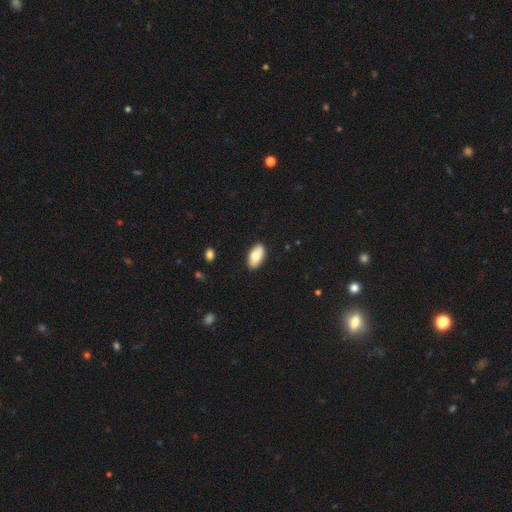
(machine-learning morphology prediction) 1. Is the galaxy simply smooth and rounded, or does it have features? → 77% smooth, 16% featured or disk, 6% star or artifact.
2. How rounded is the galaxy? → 94% in between, 3% round, 3% cigar-shaped.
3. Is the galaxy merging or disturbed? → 88% none, 9% minor disturbance, 2% major disturbance, 1% merger.